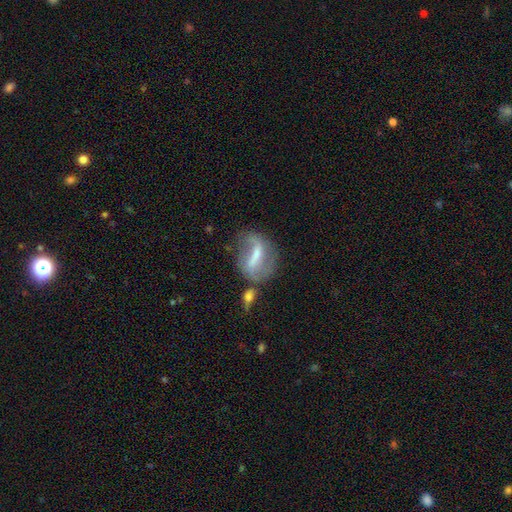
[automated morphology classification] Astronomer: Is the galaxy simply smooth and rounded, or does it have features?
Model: featured or disk — 67%.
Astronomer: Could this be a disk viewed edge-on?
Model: no — 91%.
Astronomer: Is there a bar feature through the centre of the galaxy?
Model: strong — 53% (runner-up: weak, 34%).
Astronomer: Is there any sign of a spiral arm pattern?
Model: yes — 71%.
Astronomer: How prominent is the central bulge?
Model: small — 37% (runner-up: moderate, 32%).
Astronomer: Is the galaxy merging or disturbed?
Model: none — 48%.